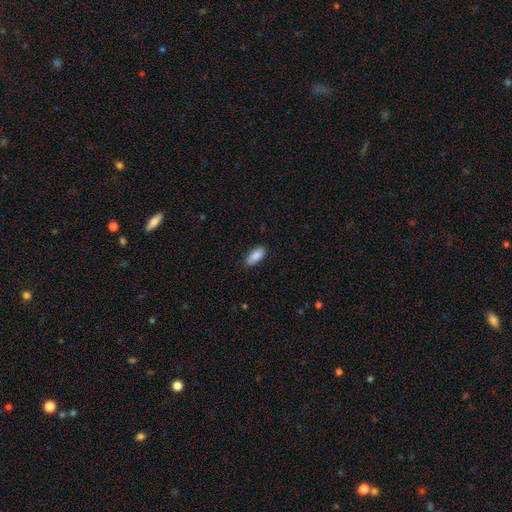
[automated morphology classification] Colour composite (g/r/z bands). It shows a smooth galaxy with no disk features (89%) that is in between round and cigar-shaped (91%). Merging: none (84%).